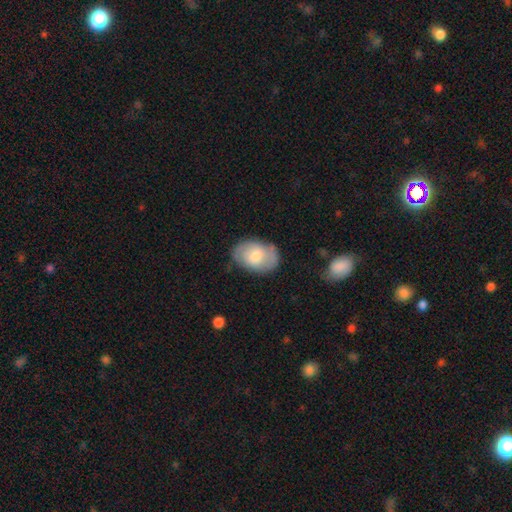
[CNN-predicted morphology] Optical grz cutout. It shows a smooth galaxy with no disk features (63%) that is in between round and cigar-shaped (85%). Merging: none (72%).